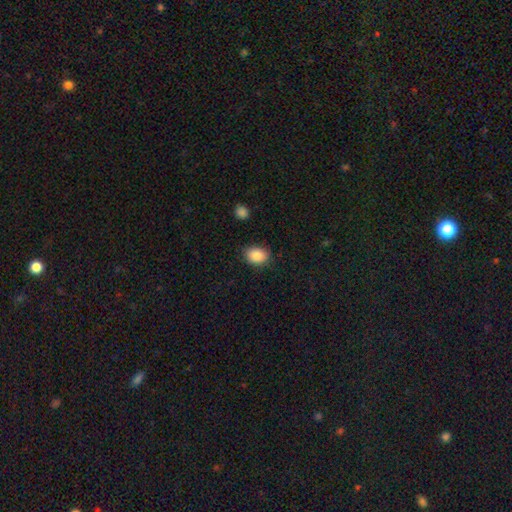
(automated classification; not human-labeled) A smooth galaxy with no disk features (86%) that is in between round and cigar-shaped (72%).

Vote fractions:
- Smooth or featured? smooth: 86% / star or artifact: 8% / featured or disk: 6%
- How rounded? in between: 72% / round: 27% / cigar-shaped: 1%
- Merging? none: 84% / minor disturbance: 12% / major disturbance: 3% / merger: 1%